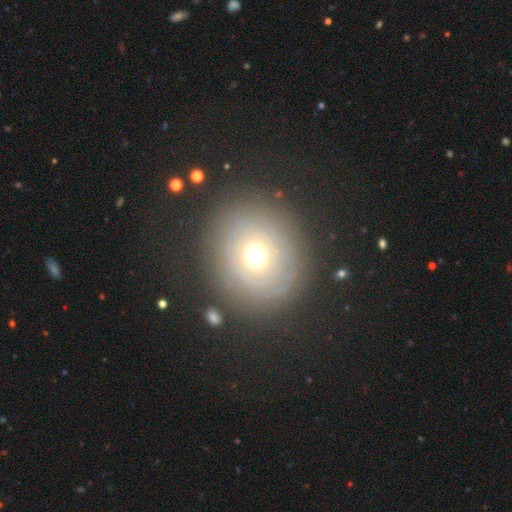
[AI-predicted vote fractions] The model was most divided on "smooth or featured": featured or disk: 52%, smooth: 34%, star or artifact: 14%. More confident: edge-on disk — no (95%); merging — none (82%).